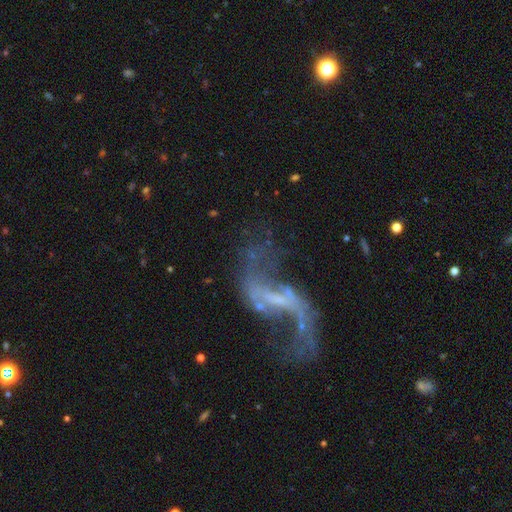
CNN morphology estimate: A featured or disk galaxy (85%) with a weak bar (42%), 2 (89%) loose (90%) spiral arms (86%) and no central bulge (52%).

Vote fractions:
- Smooth or featured? featured or disk: 85% / star or artifact: 9% / smooth: 6%
- Edge-on disk? no: 95% / yes: 5%
- Bar? weak: 42% / strong: 38% / no: 20%
- Spiral arms? yes: 86% / no: 14%
- Spiral winding? loose: 90% / medium: 7% / tight: 3%
- Spiral arm count? 2: 89% / 1: 5% / can't tell: 3% / 3: 1% / 4: 1% / more than 4: 1%
- Bulge size? none: 52% / small: 33% / moderate: 12% / large: 2% / dominant: 1%
- Merging? none: 51% / major disturbance: 26% / minor disturbance: 15% / merger: 8%